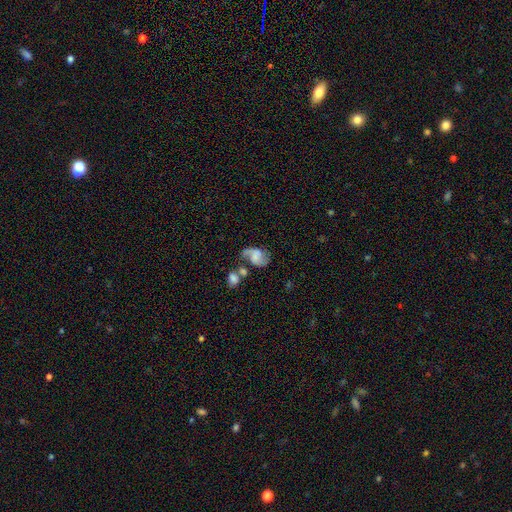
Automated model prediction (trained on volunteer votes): Smooth or featured? featured or disk (70%)
Edge-on disk? no (98%)
Bar? no (46%)
Spiral arms? yes (91%)
Spiral winding? loose (52%)
Spiral arm count? 2 (85%)
Bulge size? none (42%)
Merging? none (40%)